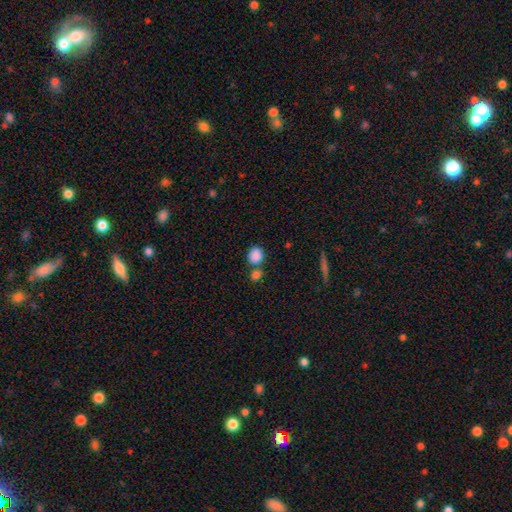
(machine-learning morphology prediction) Smooth or featured? smooth (87%)
How rounded? round (62%)
Merging? none (59%)